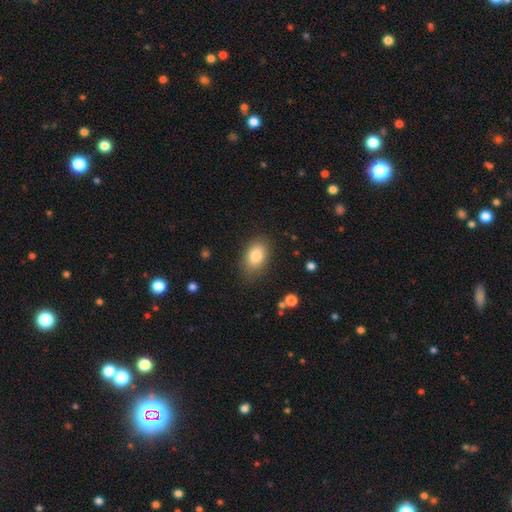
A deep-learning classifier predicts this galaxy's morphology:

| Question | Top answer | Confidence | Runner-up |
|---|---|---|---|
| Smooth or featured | smooth | 83% | featured or disk (9%) |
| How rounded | in between | 87% | round (11%) |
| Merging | none | 81% | minor disturbance (14%) |